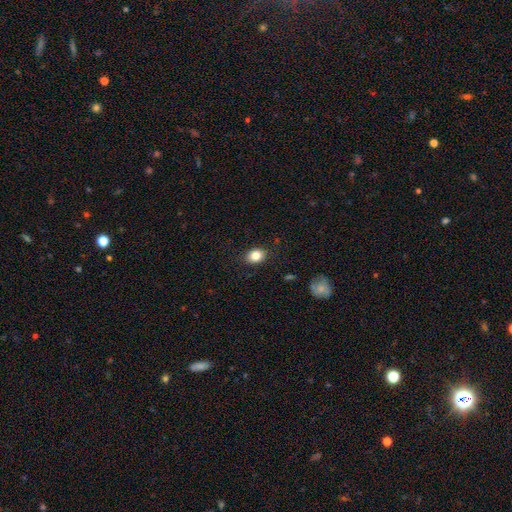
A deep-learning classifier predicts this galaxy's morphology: Smooth or featured? smooth (84%)
How rounded? in between (60%)
Merging? none (86%)